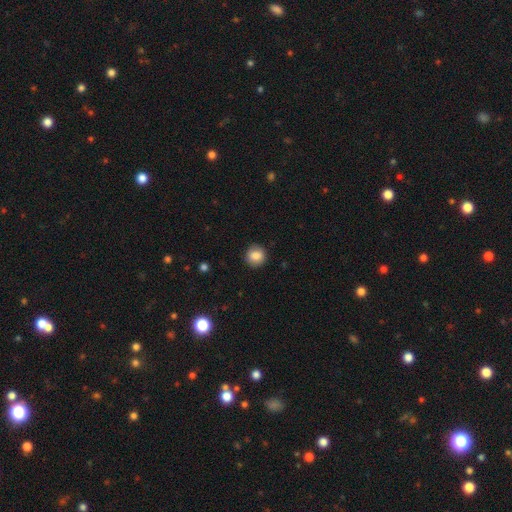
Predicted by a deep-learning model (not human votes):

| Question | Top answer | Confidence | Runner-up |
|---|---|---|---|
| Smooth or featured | smooth | 85% | star or artifact (9%) |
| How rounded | round | 90% | in between (9%) |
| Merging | none | 90% | minor disturbance (7%) |